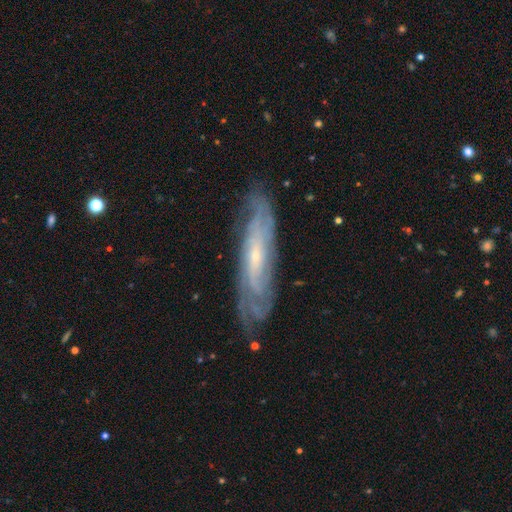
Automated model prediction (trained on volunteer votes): Smooth or featured? featured or disk (80%)
Edge-on disk? no (69%)
Bar? no (57%)
Spiral arms? yes (93%)
Spiral winding? tight (68%)
Spiral arm count? can't tell (54%)
Bulge size? small (75%)
Merging? none (78%)